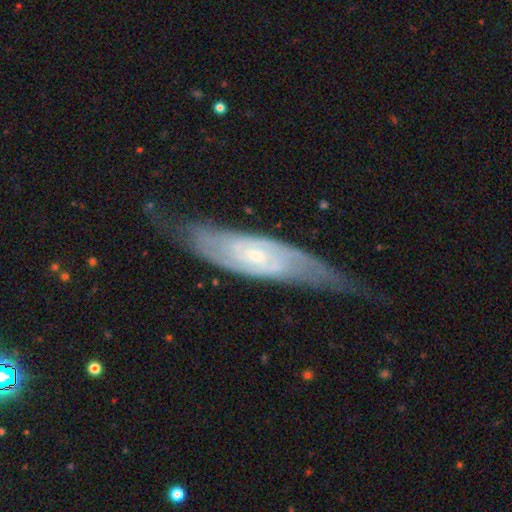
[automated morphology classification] This appears to be a featured or disk galaxy (84%) with no bar (54%), 2 (62%) tight (52%) spiral arms (93%) and a small central bulge (65%). Merging: none (65%).